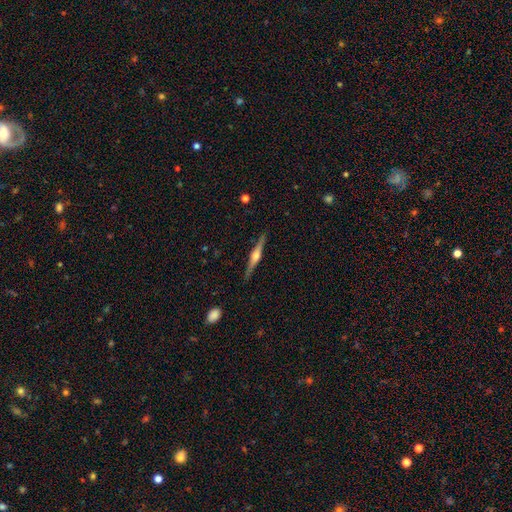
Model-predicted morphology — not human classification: Q: Smooth or featured?
A: featured or disk (78%); runner-up: smooth (17%)
Q: Edge-on disk?
A: yes (98%); runner-up: no (2%)
Q: Edge-on bulge?
A: rounded (90%); runner-up: boxy (7%)
Q: Merging?
A: none (90%); runner-up: minor disturbance (7%)